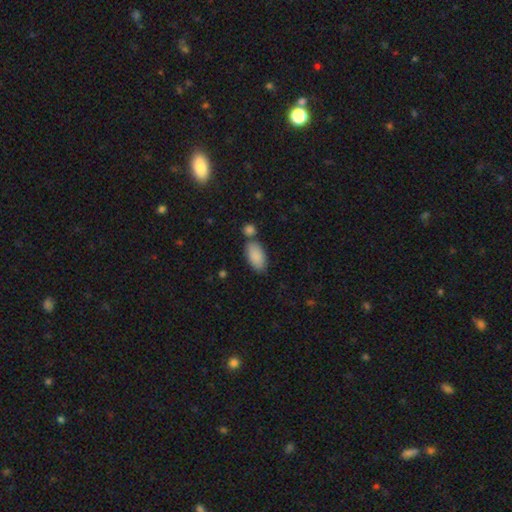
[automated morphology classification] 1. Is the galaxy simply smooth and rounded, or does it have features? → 88% smooth, 6% star or artifact, 5% featured or disk.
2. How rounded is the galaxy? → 93% in between, 4% cigar-shaped, 3% round.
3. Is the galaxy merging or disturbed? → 64% none, 17% merger, 15% minor disturbance, 4% major disturbance.